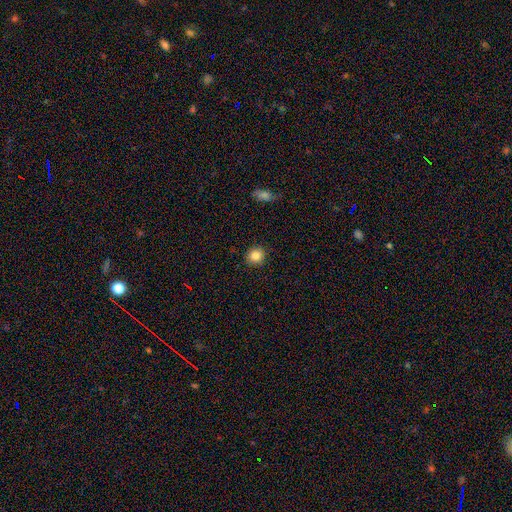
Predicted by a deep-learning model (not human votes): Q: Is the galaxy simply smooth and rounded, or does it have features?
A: smooth — 84%.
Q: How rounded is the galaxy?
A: round — 86%.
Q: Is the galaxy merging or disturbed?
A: none — 91%.